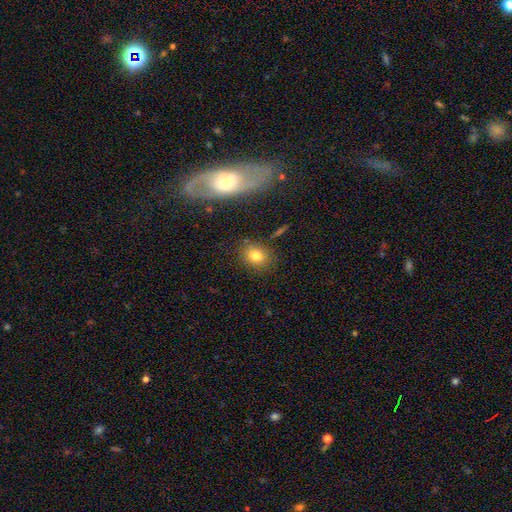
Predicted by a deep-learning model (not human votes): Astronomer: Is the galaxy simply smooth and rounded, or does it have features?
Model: smooth — 78%.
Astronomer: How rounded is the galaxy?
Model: round — 58% (runner-up: in between, 40%).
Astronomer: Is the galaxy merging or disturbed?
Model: none — 81%.